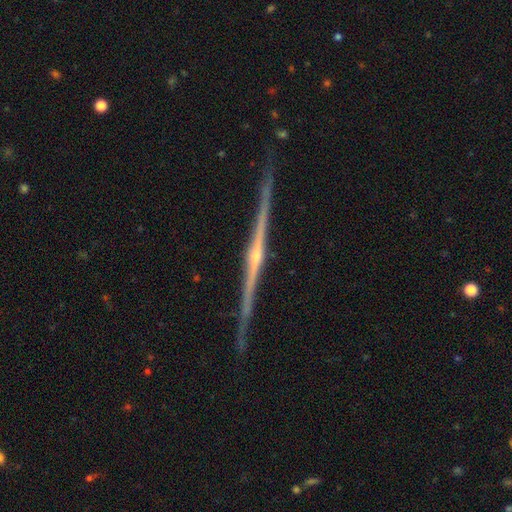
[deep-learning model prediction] This appears to be a featured or disk galaxy (91%) viewed edge-on (99%) with a rounded central bulge (83%). Merging: none (91%).